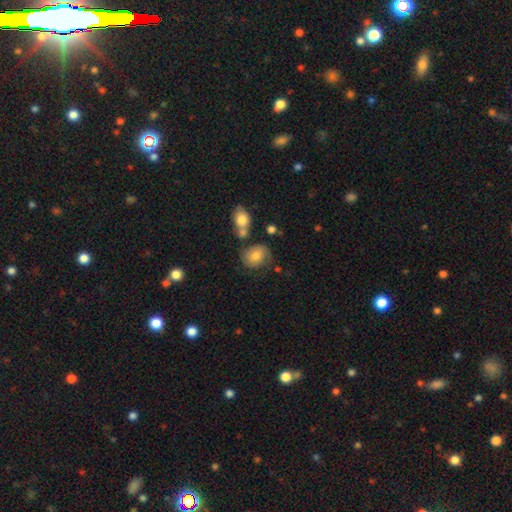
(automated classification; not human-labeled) smooth_or_featured: smooth (p=0.56) [alt: featured or disk p=0.35]
how_rounded: round (p=0.61) [alt: in between p=0.38]
merging: none (p=0.59) [alt: minor disturbance p=0.21]